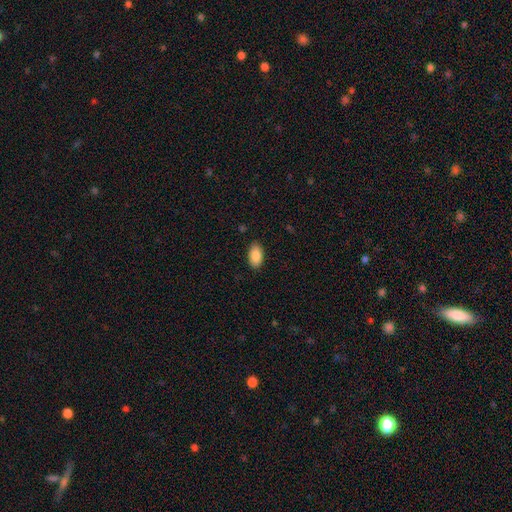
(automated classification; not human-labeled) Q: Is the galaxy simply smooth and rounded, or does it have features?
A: smooth — 89%.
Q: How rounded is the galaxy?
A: in between — 95%.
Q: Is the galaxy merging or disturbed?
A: none — 87%.